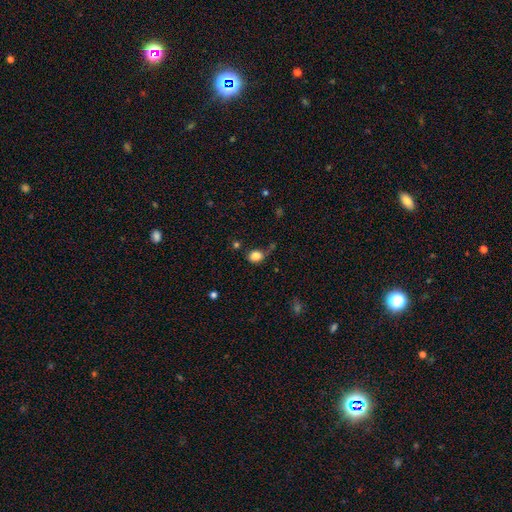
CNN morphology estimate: Smooth or featured?
  - smooth: 84% *
  - star or artifact: 10%
  - featured or disk: 5%
How rounded?
  - round: 50% *
  - in between: 49%
  - cigar-shaped: 1%
Merging?
  - none: 61% *
  - minor disturbance: 23%
  - major disturbance: 9%
  - merger: 7%